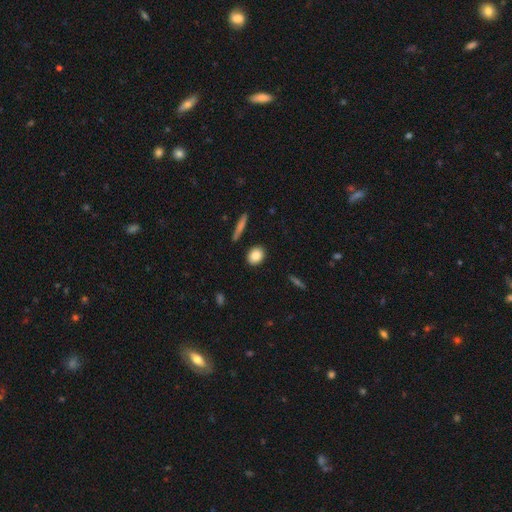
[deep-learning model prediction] Smooth or featured? Predicted: smooth (p=0.85). How rounded? Predicted: round (p=0.49). Merging? Predicted: none (p=0.89).